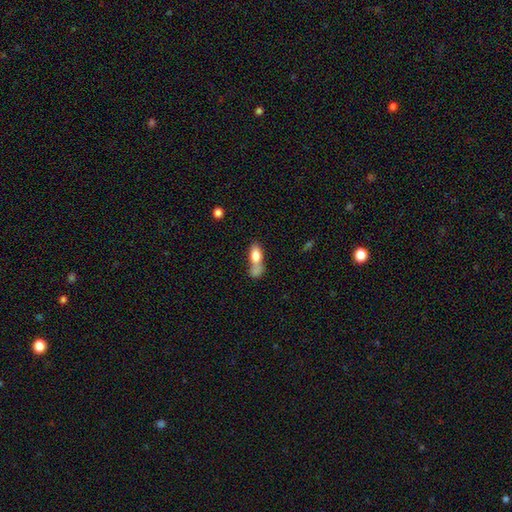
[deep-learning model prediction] Overall: smooth (77%). How rounded: in between (78%). Merging: merger (54%; none 24%).